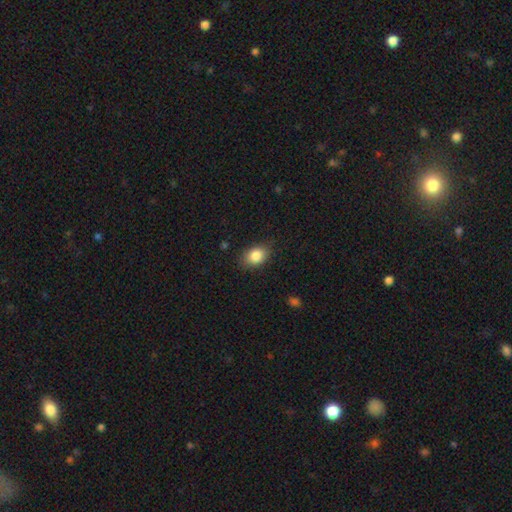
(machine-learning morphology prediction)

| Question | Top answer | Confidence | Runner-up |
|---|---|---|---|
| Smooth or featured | smooth | 86% | star or artifact (8%) |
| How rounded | in between | 75% | round (24%) |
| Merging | none | 82% | minor disturbance (13%) |